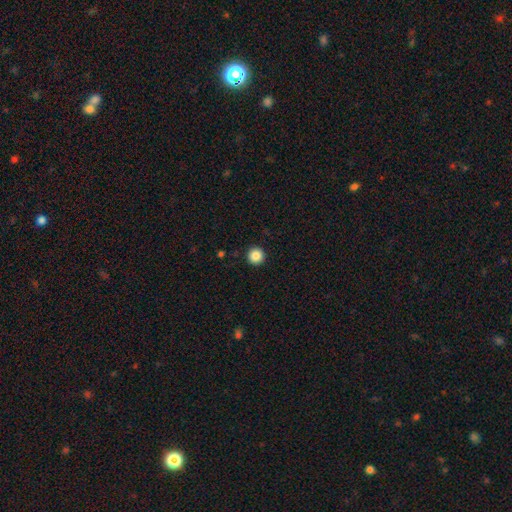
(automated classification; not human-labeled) Smooth or featured?
  - smooth: 87% *
  - star or artifact: 10%
  - featured or disk: 3%
How rounded?
  - round: 96% *
  - in between: 3%
  - cigar-shaped: 1%
Merging?
  - none: 93% *
  - minor disturbance: 4%
  - major disturbance: 1%
  - merger: 1%